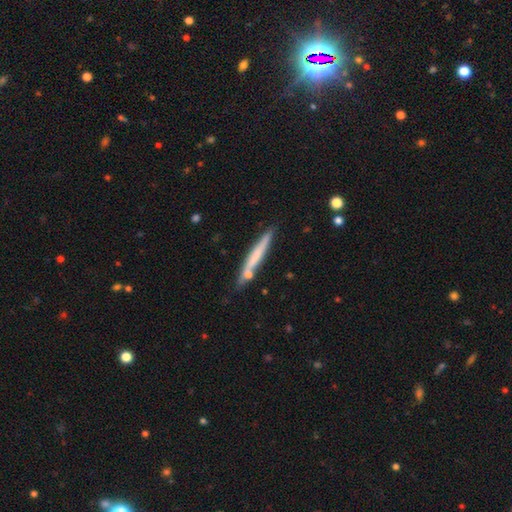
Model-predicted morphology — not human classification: A smooth galaxy with no disk features (56%) that is cigar-shaped (96%).

Vote fractions:
- Smooth or featured? smooth: 56% / featured or disk: 38% / star or artifact: 6%
- How rounded? cigar-shaped: 96% / in between: 3% / round: 1%
- Merging? none: 78% / minor disturbance: 13% / merger: 7% / major disturbance: 2%